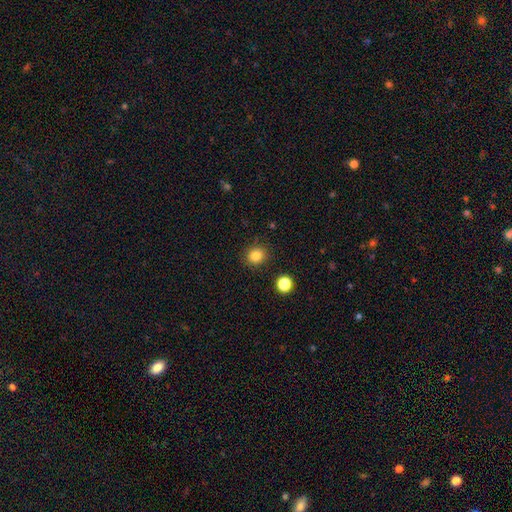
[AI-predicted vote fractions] smooth_or_featured: smooth (p=0.84) [alt: star or artifact p=0.11]
how_rounded: round (p=0.76) [alt: in between p=0.23]
merging: none (p=0.88) [alt: minor disturbance p=0.08]